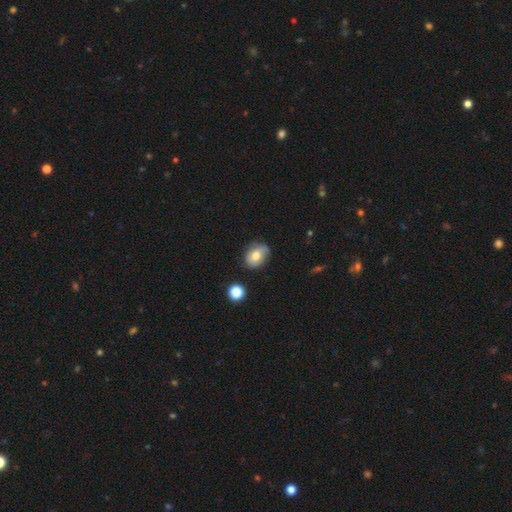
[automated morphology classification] smooth 70%, featured or disk 21%, star or artifact 9%. Down the decision tree: how rounded — in between (71%); merging — none (71%).